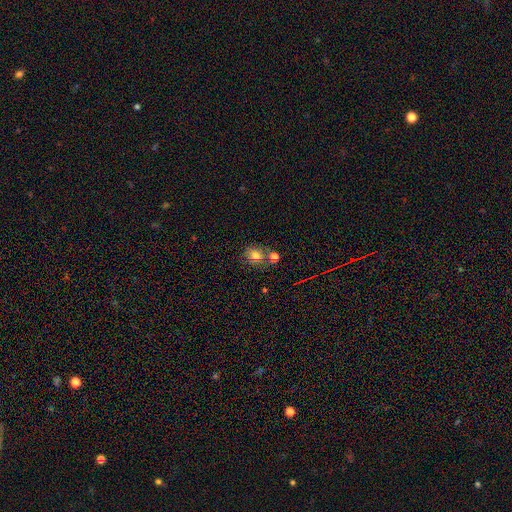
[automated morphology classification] A smooth galaxy with no disk features (72%) that is round (65%). Merging: none (59%).